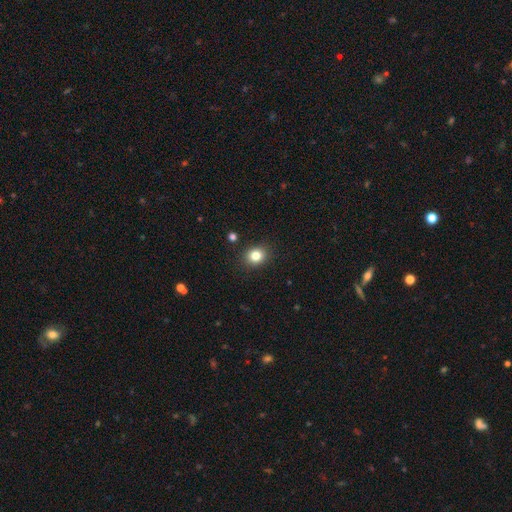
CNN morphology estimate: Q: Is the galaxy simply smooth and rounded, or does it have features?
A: smooth — 82%.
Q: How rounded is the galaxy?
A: round — 69%.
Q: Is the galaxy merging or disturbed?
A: none — 89%.